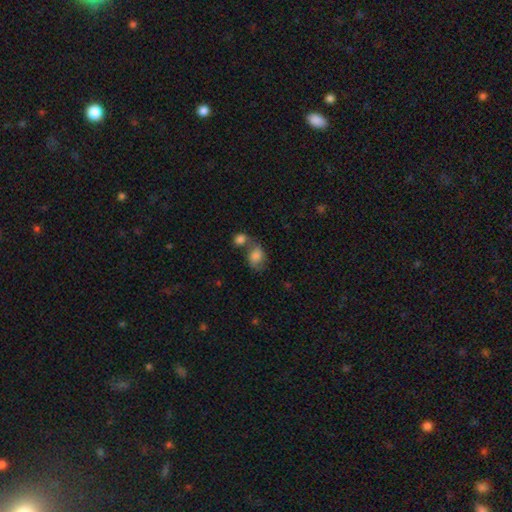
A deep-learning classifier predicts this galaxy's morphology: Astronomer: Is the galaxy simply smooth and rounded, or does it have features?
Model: smooth — 72%.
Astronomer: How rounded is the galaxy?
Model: in between — 68%.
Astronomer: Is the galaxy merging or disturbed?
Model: merger — 43% (runner-up: none, 34%).